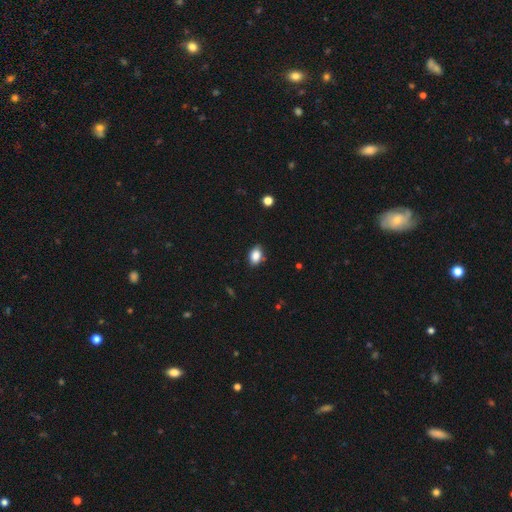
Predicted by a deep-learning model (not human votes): smooth-or-featured: smooth: 86% | star or artifact: 9% | featured or disk: 5%
  how-rounded: in between: 84% | round: 15% | cigar-shaped: 2%
  merging: none: 81% | minor disturbance: 15% | major disturbance: 3% | merger: 2%